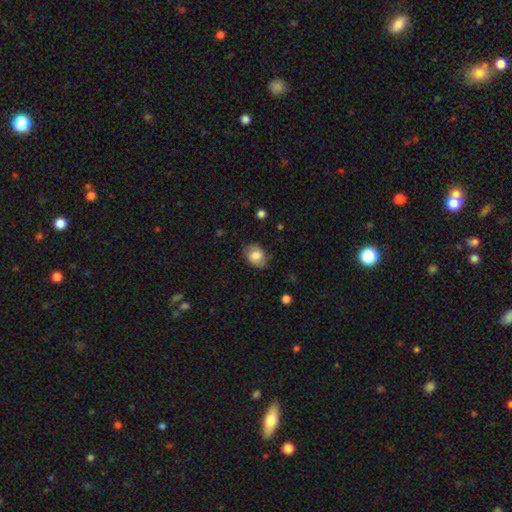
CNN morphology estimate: type=smooth (71%); roundness=in between (65%); merging=none (72%).